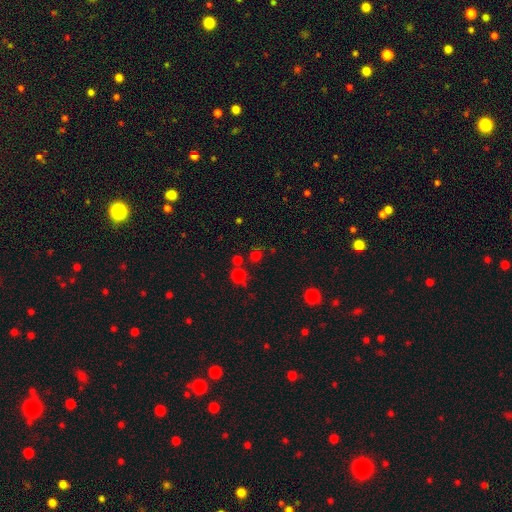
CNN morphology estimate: Smooth or featured? smooth (67%)
How rounded? round (89%)
Merging? none (72%)